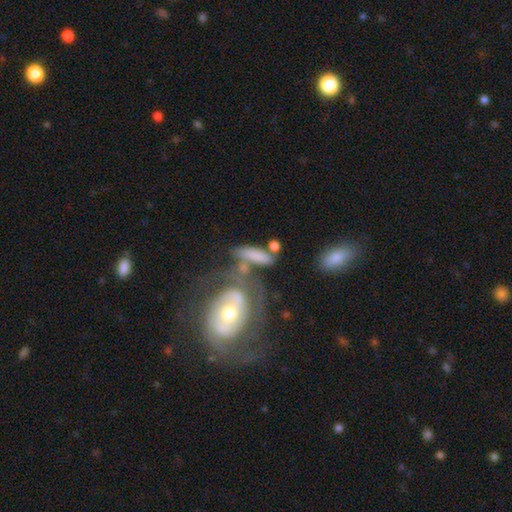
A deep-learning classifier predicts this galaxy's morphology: smooth-or-featured: smooth: 66% | featured or disk: 26% | star or artifact: 8%
  how-rounded: cigar-shaped: 47% (tied) | in between: 47% (tied) | round: 6%
  merging: none: 39% | merger: 33% | minor disturbance: 16% | major disturbance: 12%